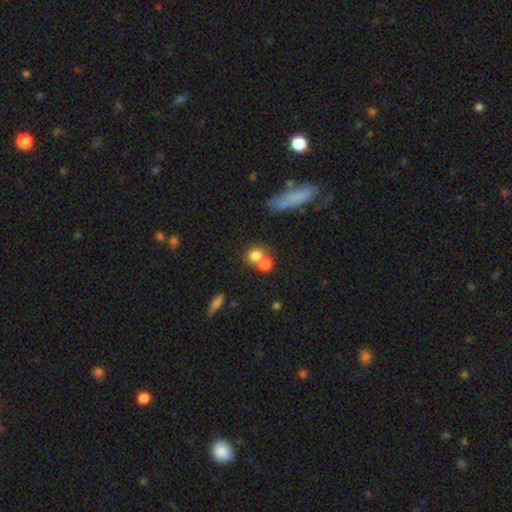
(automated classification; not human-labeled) This appears to be a smooth galaxy with no disk features (75%) that is round (73%). Merging: merger (43%, tied with none).